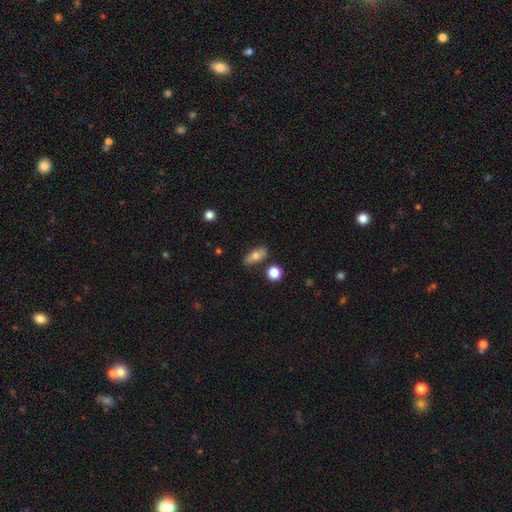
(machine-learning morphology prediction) smooth_or_featured: smooth (p=0.68) [alt: featured or disk p=0.23]
how_rounded: in between (p=0.76) [alt: cigar-shaped p=0.15]
merging: none (p=0.75) [alt: minor disturbance p=0.17]